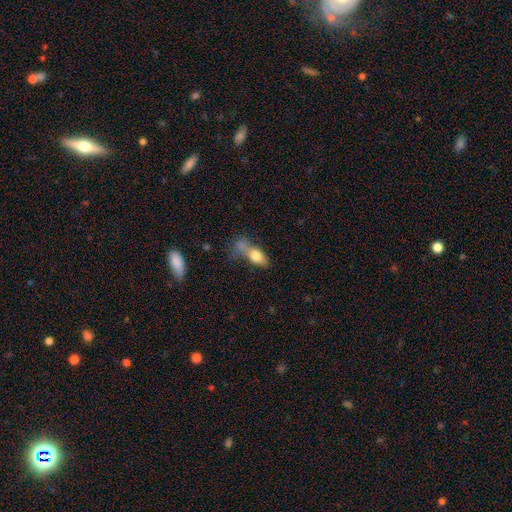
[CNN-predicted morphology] Smooth or featured? smooth (74%)
How rounded? in between (77%)
Merging? merger (34%)